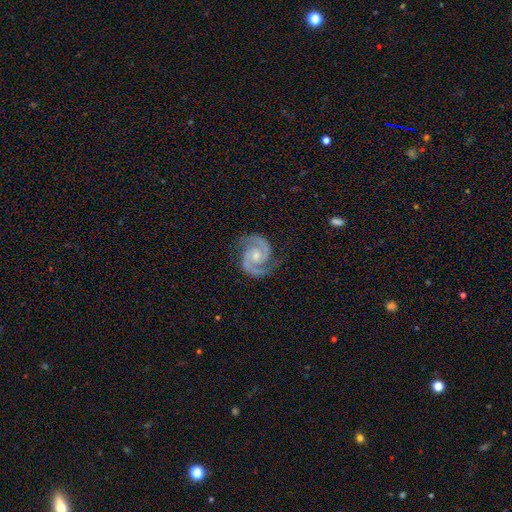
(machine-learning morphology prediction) Smooth or featured? featured or disk (94%)
Edge-on disk? no (98%)
Bar? no (62%)
Spiral arms? yes (99%)
Spiral winding? medium (53%)
Spiral arm count? 2 (94%)
Bulge size? small (49%)
Merging? none (83%)